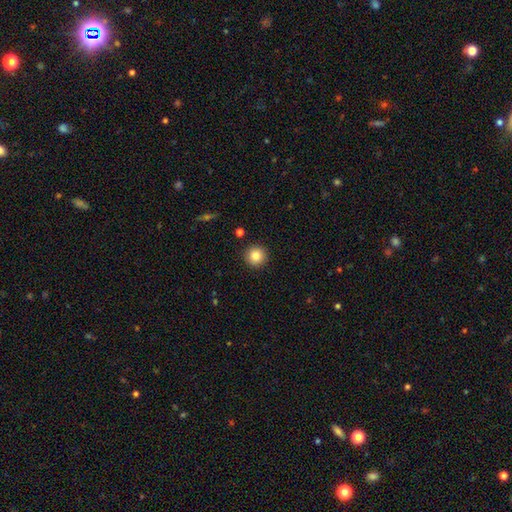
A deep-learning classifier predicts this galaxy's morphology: type=smooth (85%); roundness=round (95%); merging=none (92%).